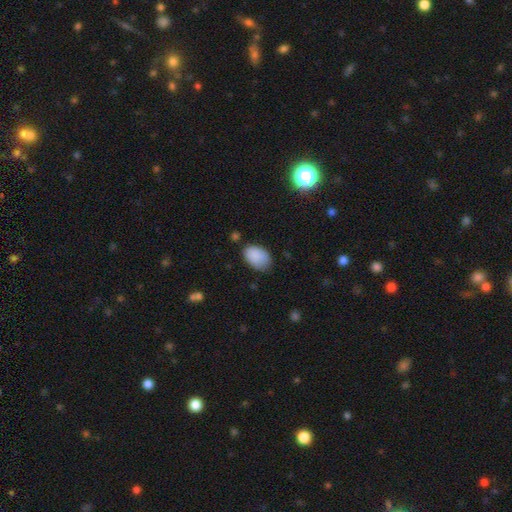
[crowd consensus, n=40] Q: Smooth or featured?
A: smooth (85%); runner-up: featured or disk (10%)
Q: How rounded?
A: in between (91%); runner-up: round (9%)
Q: Merging?
A: none (58%); runner-up: minor disturbance (32%)